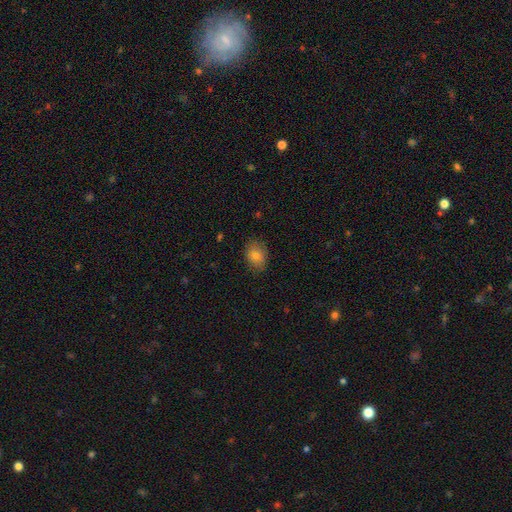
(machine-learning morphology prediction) The model was most divided on "how rounded": in between: 60%, round: 39%, cigar-shaped: 1%. More confident: merging — none (82%); smooth or featured — smooth (80%).